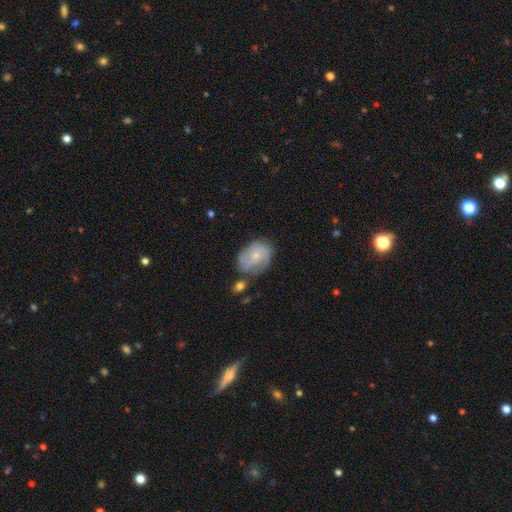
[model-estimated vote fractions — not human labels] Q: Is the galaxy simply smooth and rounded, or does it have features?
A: smooth — 51%.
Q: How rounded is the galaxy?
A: in between — 65%.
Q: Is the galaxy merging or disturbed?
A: none — 57%.